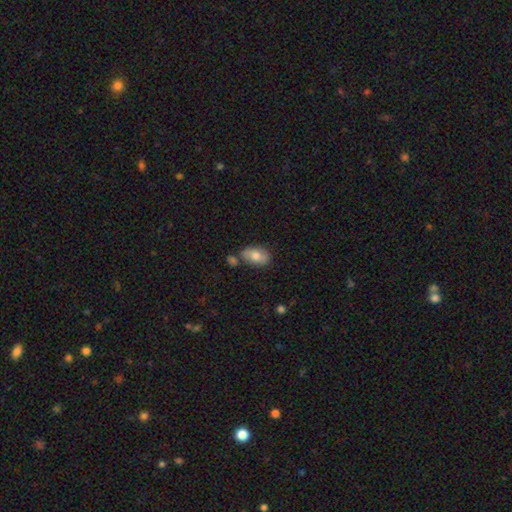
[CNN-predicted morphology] Smooth or featured? Predicted: smooth (p=0.73). How rounded? Predicted: in between (p=0.89). Merging? Predicted: none (p=0.66).